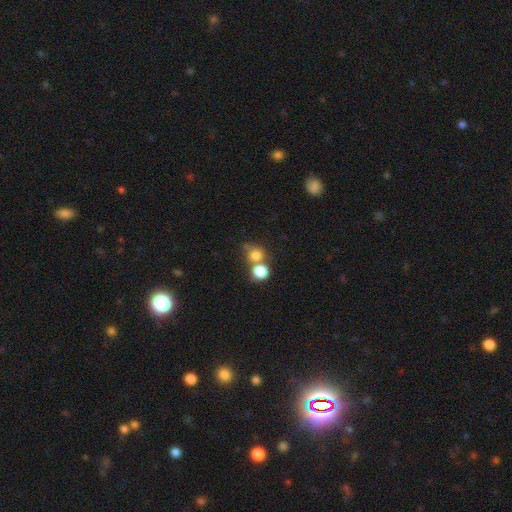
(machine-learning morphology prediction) This appears to be a smooth galaxy with no disk features (77%) that is round (80%). Merging: merger (47%).